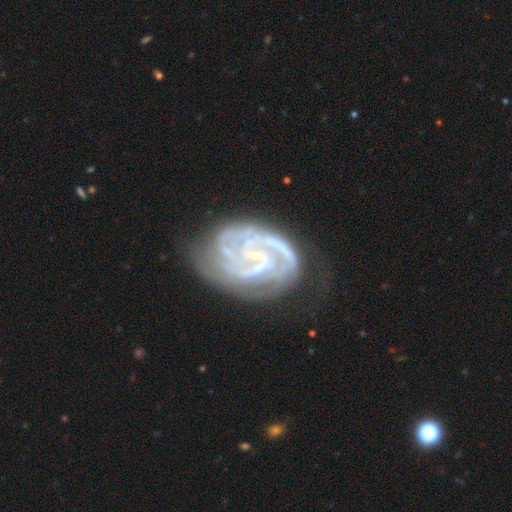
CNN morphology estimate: The model was most divided on "bar": no: 43%, weak: 40%, strong: 18%. Remaining: edge-on disk — no (98%); spiral arms — yes (98%); smooth or featured — featured or disk (90%); bulge size — small (69%); spiral winding — tight (65%); merging — none (63%); spiral arm count — 3 (33%).